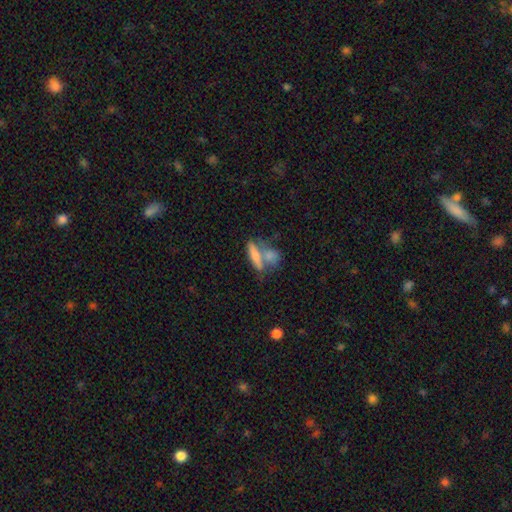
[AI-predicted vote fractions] Smooth or featured?
  - smooth: 73% *
  - featured or disk: 19%
  - star or artifact: 8%
How rounded?
  - cigar-shaped: 53% *
  - in between: 39%
  - round: 7%
Merging?
  - merger: 46% *
  - none: 38%
  - minor disturbance: 10%
  - major disturbance: 6%